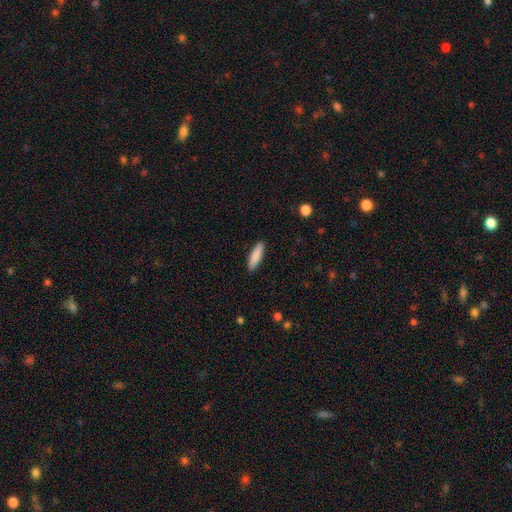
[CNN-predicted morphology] smooth-or-featured: smooth: 87% | featured or disk: 7% | star or artifact: 6%
  how-rounded: cigar-shaped: 71% | in between: 28% | round: 1%
  merging: none: 91% | minor disturbance: 7% | major disturbance: 2% | merger: 1%